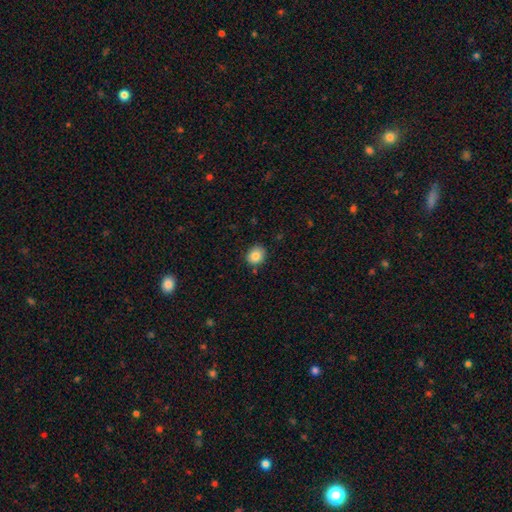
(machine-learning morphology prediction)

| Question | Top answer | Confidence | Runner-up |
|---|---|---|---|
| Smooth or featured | smooth | 85% | star or artifact (9%) |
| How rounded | round | 70% | in between (30%) |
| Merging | none | 84% | minor disturbance (11%) |